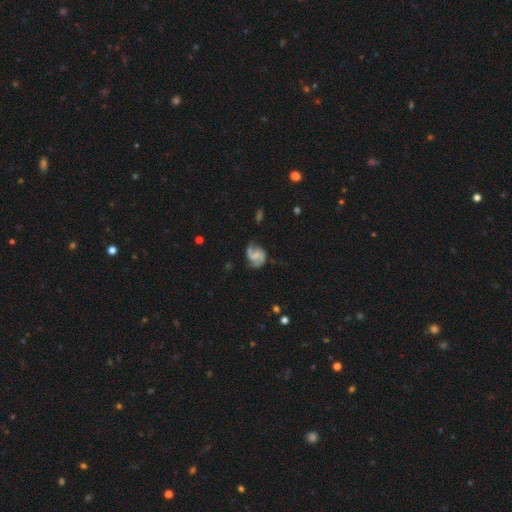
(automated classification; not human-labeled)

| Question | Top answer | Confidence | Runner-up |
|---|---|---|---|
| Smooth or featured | featured or disk | 76% | smooth (17%) |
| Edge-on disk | no | 98% | yes (2%) |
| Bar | no | 49% | weak (39%) |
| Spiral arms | yes | 94% | no (6%) |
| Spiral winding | medium | 46% | loose (35%) |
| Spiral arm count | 2 | 79% | 1 (6%) |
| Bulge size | none | 45% | small (35%) |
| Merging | none | 59% | minor disturbance (23%) |